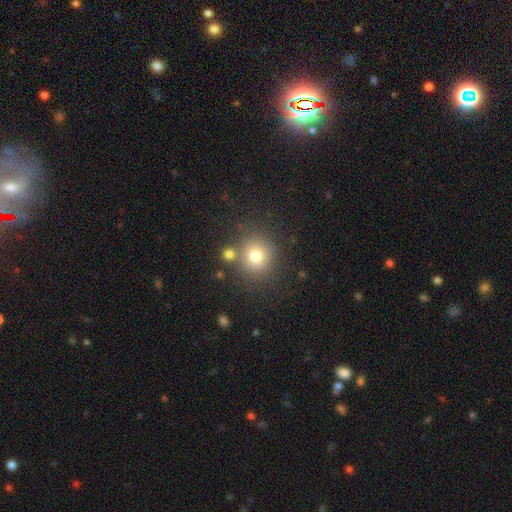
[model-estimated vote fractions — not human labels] This is likely a smooth galaxy (76%). How rounded: clearly round (86%). Merging: likely none (73%).